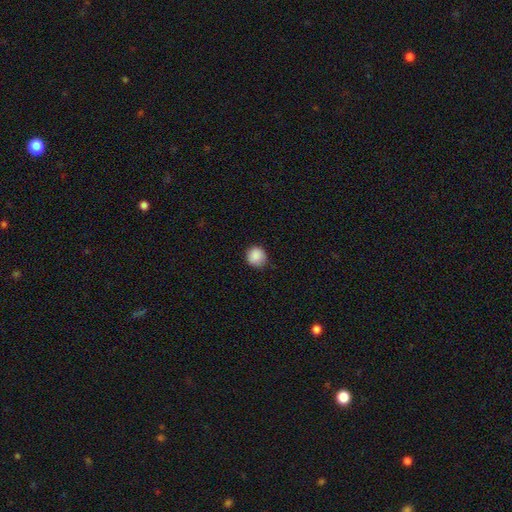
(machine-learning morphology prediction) type=smooth (88%); roundness=round (93%); merging=none (86%).